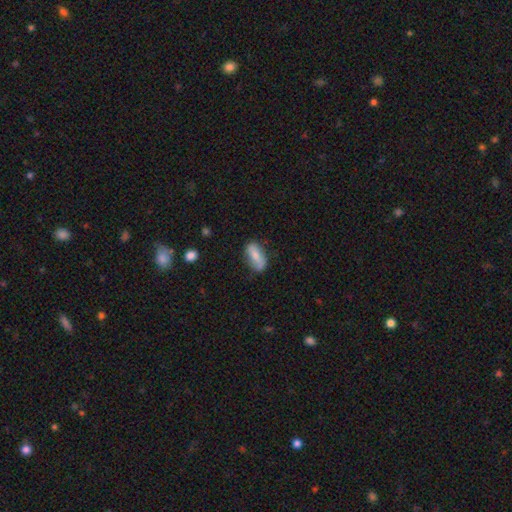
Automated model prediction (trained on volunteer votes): Smooth or featured? smooth (69%)
How rounded? in between (82%)
Merging? none (65%)